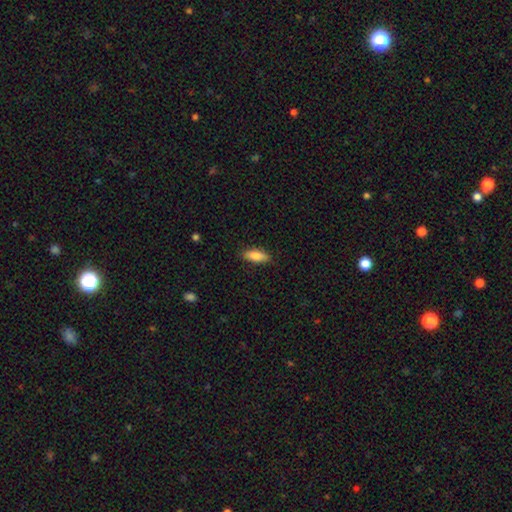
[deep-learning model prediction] Smooth or featured?
  - smooth: 84% *
  - featured or disk: 9%
  - star or artifact: 6%
How rounded?
  - in between: 73% *
  - cigar-shaped: 25%
  - round: 2%
Merging?
  - none: 86% *
  - minor disturbance: 11%
  - major disturbance: 2%
  - merger: 1%